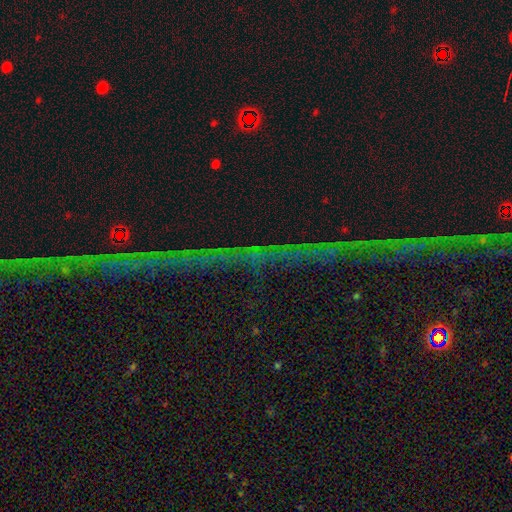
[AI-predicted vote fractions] Smooth or featured?
  - star or artifact: 81% *
  - featured or disk: 12%
  - smooth: 7%